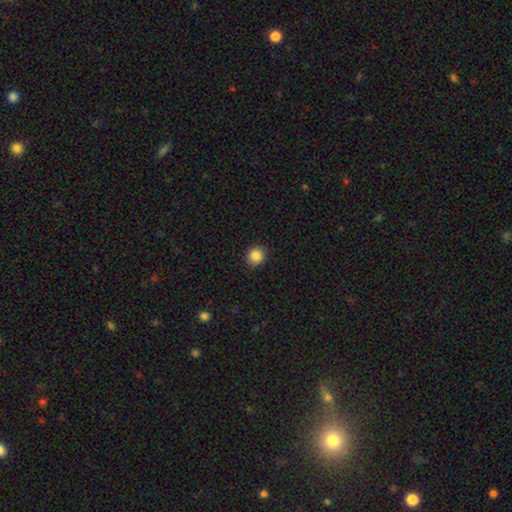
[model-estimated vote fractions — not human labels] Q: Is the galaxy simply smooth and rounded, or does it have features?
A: smooth — 87%.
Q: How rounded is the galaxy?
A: round — 87%.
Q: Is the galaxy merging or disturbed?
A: none — 91%.